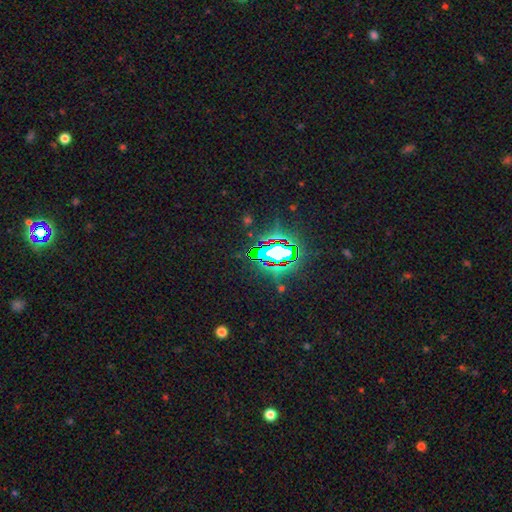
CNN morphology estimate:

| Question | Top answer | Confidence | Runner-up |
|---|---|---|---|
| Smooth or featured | star or artifact | 82% | smooth (10%) |